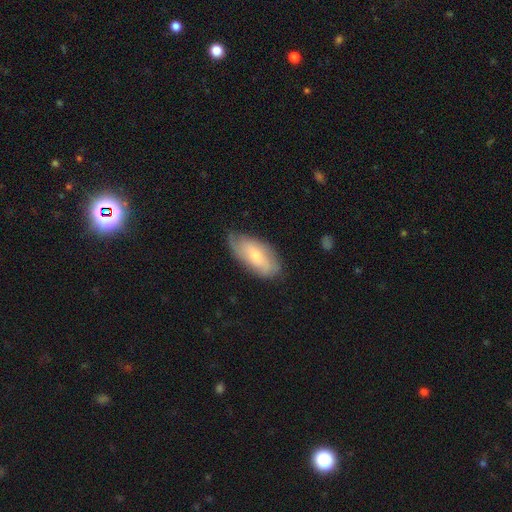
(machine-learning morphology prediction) Smooth or featured: featured or disk — 47% (smooth — 46%)
Merging: none — 68% (minor disturbance — 25%)